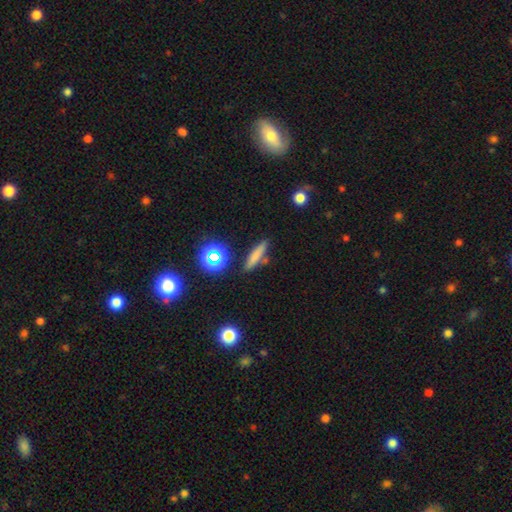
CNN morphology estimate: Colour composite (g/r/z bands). It shows a smooth galaxy with no disk features (70%) that is cigar-shaped (80%). Merging: none (78%).